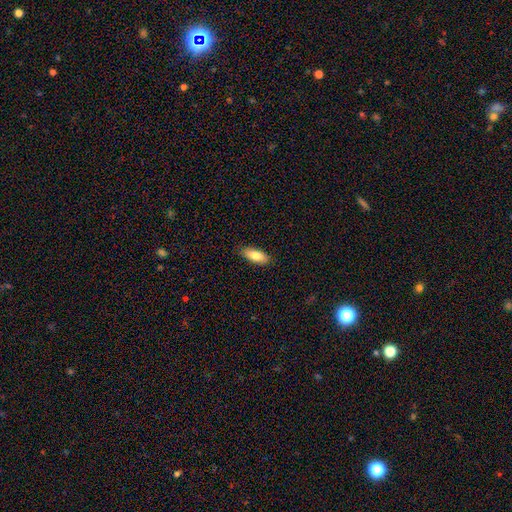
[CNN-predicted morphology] type=smooth (80%); roundness=in between (77%); merging=none (87%).